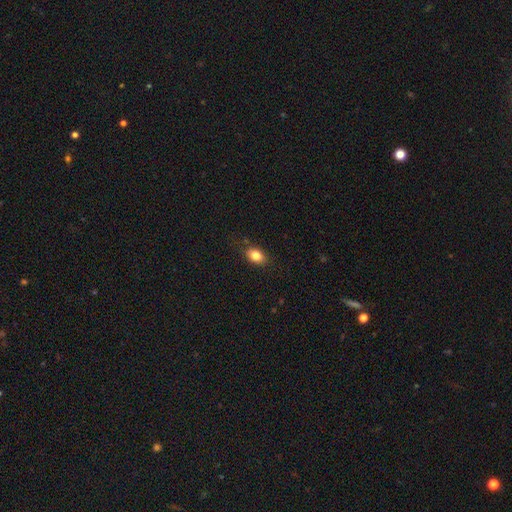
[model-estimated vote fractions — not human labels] smooth-or-featured: smooth: 82% | star or artifact: 9% | featured or disk: 8%
  how-rounded: in between: 78% | round: 20% | cigar-shaped: 2%
  merging: none: 81% | minor disturbance: 14% | major disturbance: 3% | merger: 1%